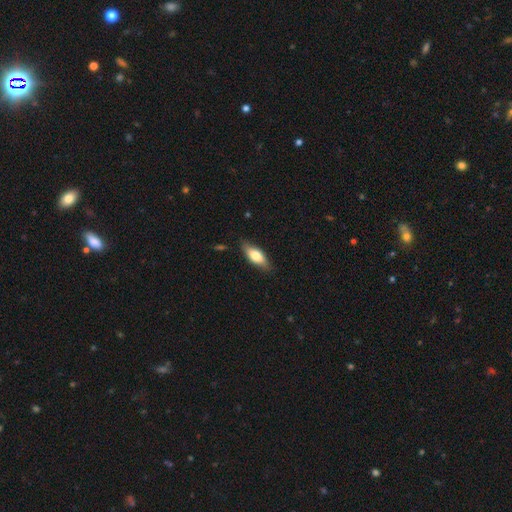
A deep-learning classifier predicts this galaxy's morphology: smooth-or-featured: smooth: 70% | featured or disk: 24% | star or artifact: 6%
  how-rounded: in between: 75% | cigar-shaped: 23% | round: 3%
  merging: none: 81% | minor disturbance: 15% | major disturbance: 3% | merger: 1%